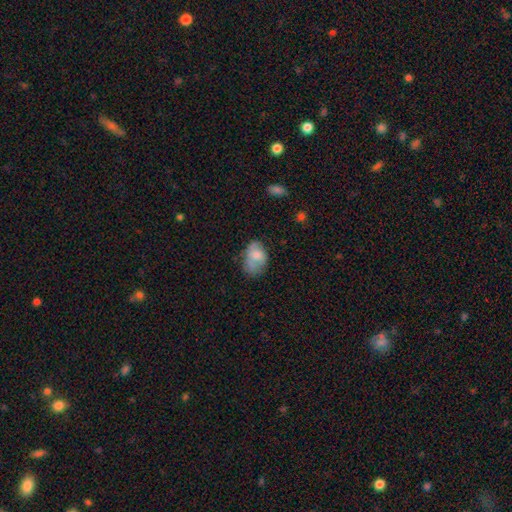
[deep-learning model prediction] Q: Smooth or featured?
A: smooth (70%); runner-up: featured or disk (23%)
Q: How rounded?
A: in between (84%); runner-up: round (15%)
Q: Merging?
A: none (46%); runner-up: minor disturbance (35%)